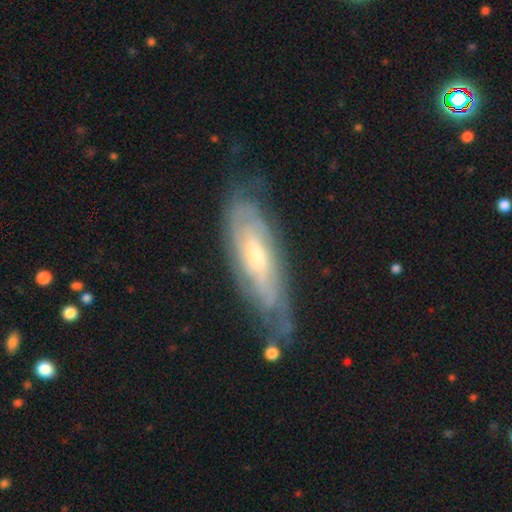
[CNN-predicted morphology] Overall: featured or disk (78%). Edge-on disk: no (77%). Bar: no (57%; weak 34%). Spiral arms: yes (87%). Spiral arm count: can't tell (62%). Spiral winding: tight (69%). Bulge size: moderate (53%; small 39%). Merging: none (66%).